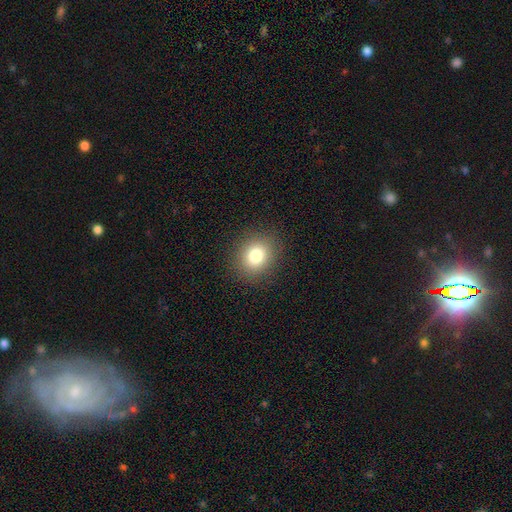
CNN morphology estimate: Smooth or featured? smooth (79%)
How rounded? round (66%)
Merging? none (89%)